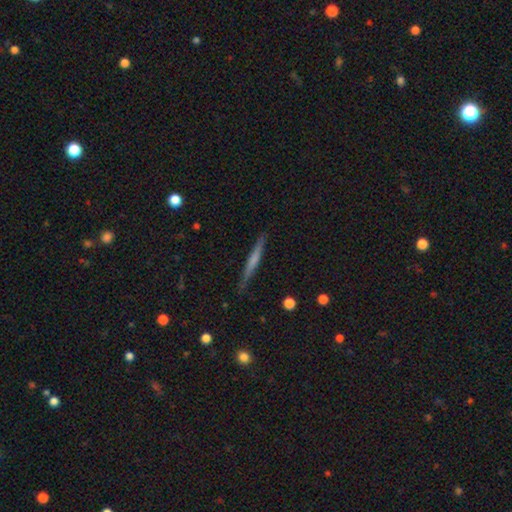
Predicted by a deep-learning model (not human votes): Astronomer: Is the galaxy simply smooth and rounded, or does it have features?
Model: featured or disk — 52% (runner-up: smooth, 41%).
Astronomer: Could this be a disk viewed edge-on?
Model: yes — 97%.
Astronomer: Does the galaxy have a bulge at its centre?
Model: none — 62%.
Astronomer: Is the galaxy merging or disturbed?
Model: none — 89%.